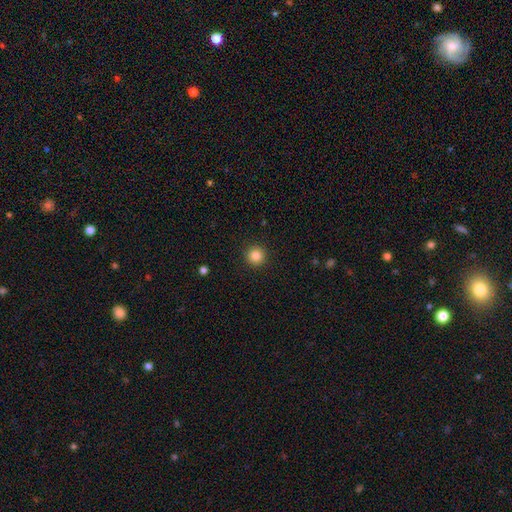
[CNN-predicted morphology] The model was most divided on "smooth or featured": smooth: 85%, star or artifact: 11%, featured or disk: 4%. More confident: how rounded — round (96%); merging — none (92%).